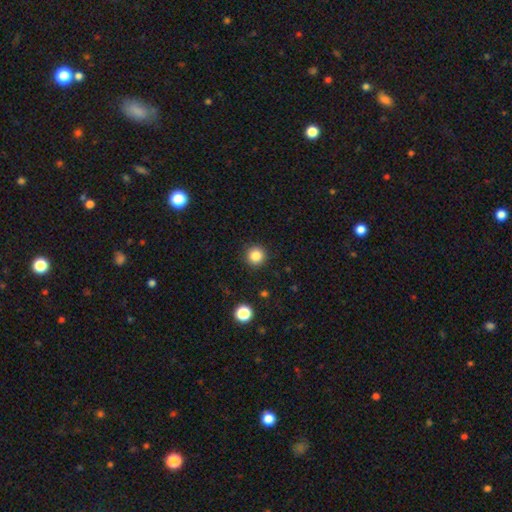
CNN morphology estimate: This is clearly a smooth galaxy (85%). How rounded: clearly round (95%). Merging: clearly none (91%).